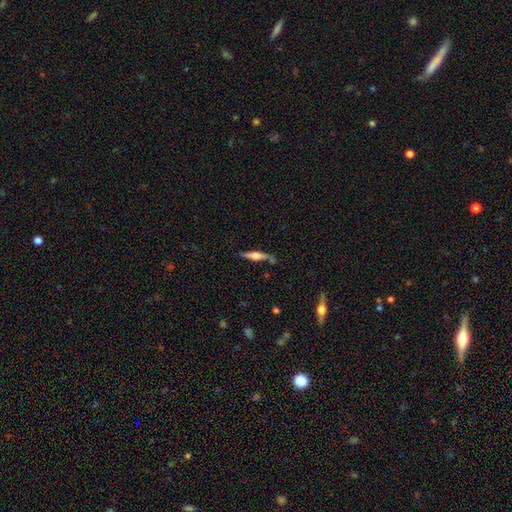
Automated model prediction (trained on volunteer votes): Smooth or featured? Predicted: featured or disk (p=0.61). Edge-on disk? Predicted: yes (p=0.96). Edge-on bulge? Predicted: rounded (p=0.81). Merging? Predicted: none (p=0.78).